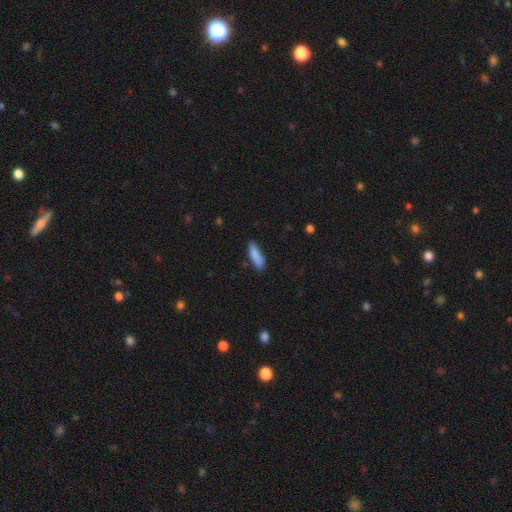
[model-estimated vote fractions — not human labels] Overall: smooth (87%). How rounded: in between (53%; cigar-shaped 46%). Merging: none (76%).